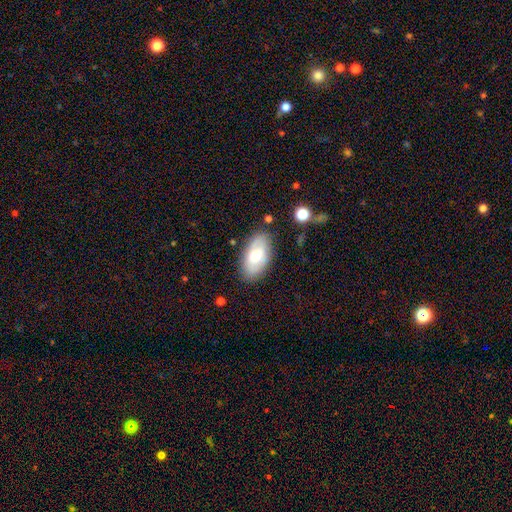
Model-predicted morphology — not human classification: A smooth galaxy with no disk features (60%) that is in between round and cigar-shaped (93%).

Vote fractions:
- Smooth or featured? smooth: 60% / featured or disk: 33% / star or artifact: 7%
- How rounded? in between: 93% / round: 4% / cigar-shaped: 3%
- Merging? none: 82% / minor disturbance: 13% / major disturbance: 3% / merger: 2%